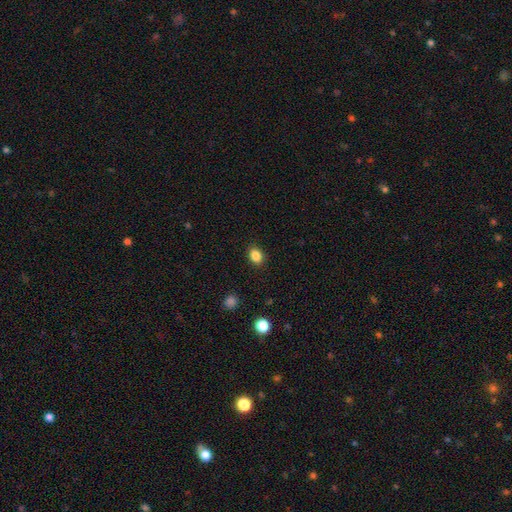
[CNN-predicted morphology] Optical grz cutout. It shows a smooth galaxy with no disk features (86%) that is in between round and cigar-shaped (65%). Merging: none (89%).